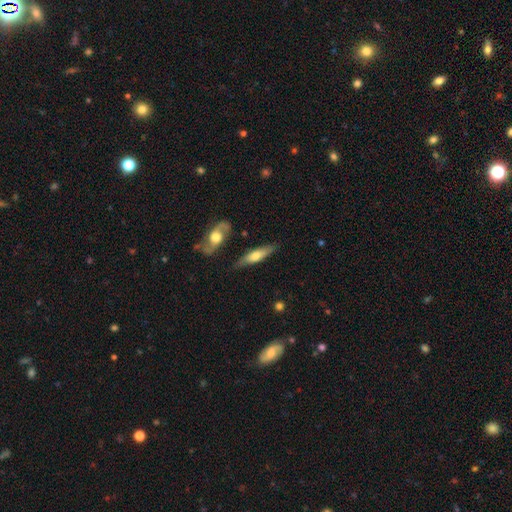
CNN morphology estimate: This appears to be a smooth galaxy with no disk features (48%). Merging: none (80%).